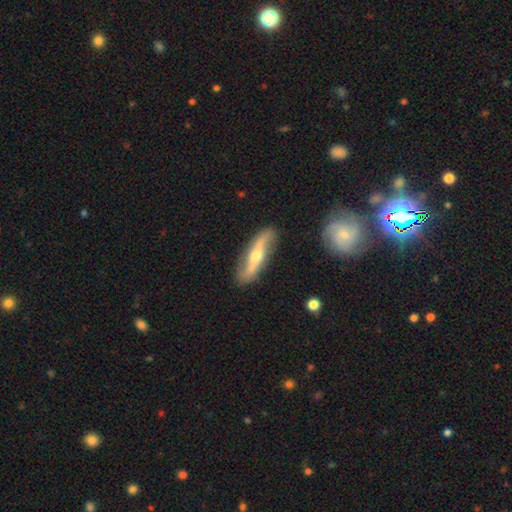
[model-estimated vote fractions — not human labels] Smooth or featured: featured or disk — 75% (smooth — 20%)
Edge-on disk: no — 60% (yes — 40%)
Merging: none — 83% (minor disturbance — 12%)